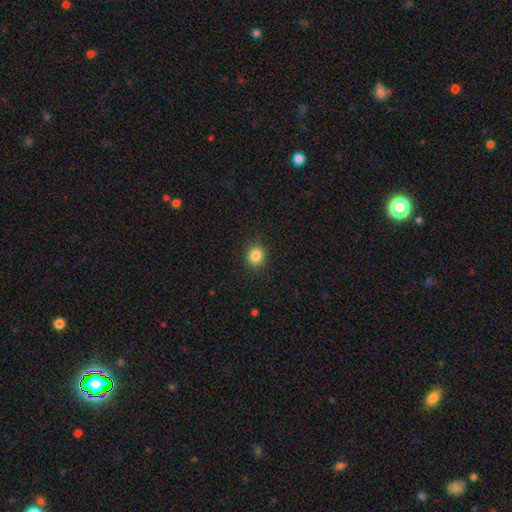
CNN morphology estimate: Smooth or featured?
  - smooth: 85% *
  - star or artifact: 11%
  - featured or disk: 4%
How rounded?
  - round: 82% *
  - in between: 17%
  - cigar-shaped: 1%
Merging?
  - none: 90% *
  - minor disturbance: 7%
  - major disturbance: 2%
  - merger: 1%